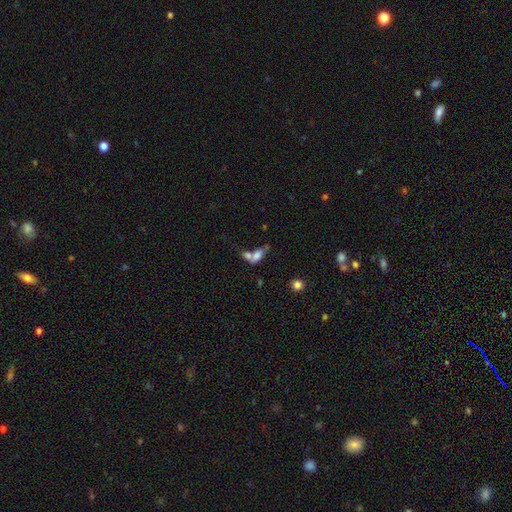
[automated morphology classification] A smooth galaxy with no disk features (65%) that is in between round and cigar-shaped (79%).

Vote fractions:
- Smooth or featured? smooth: 65% / featured or disk: 23% / star or artifact: 12%
- How rounded? in between: 79% / cigar-shaped: 11% / round: 10%
- Merging? merger: 62% / none: 19% / minor disturbance: 10% / major disturbance: 9%